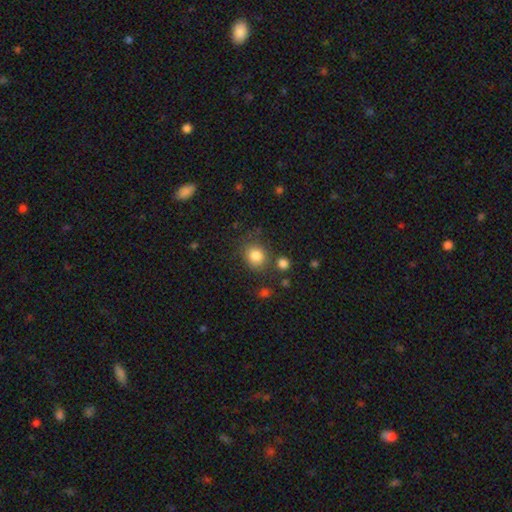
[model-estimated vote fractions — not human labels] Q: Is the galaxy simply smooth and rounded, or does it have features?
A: smooth — 83%.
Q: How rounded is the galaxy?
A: round — 76%.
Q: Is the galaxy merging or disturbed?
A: none — 73%.